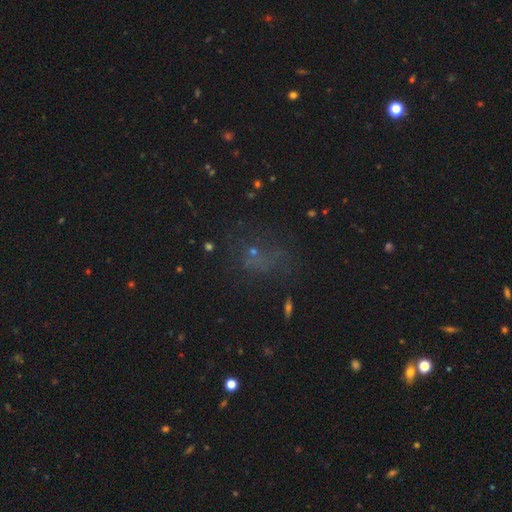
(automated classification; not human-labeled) Overall: smooth (40%; star or artifact 38%). Merging: none (48%; major disturbance 28%).